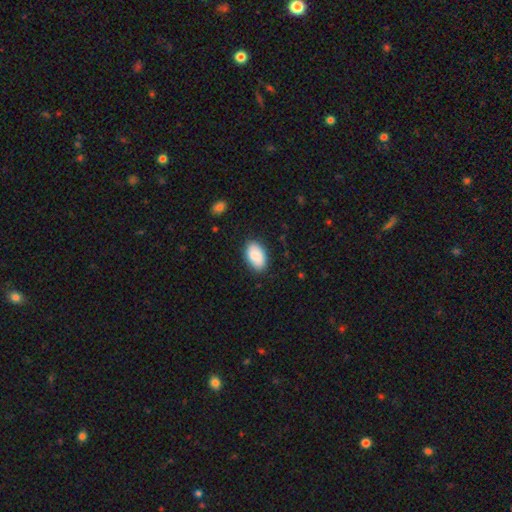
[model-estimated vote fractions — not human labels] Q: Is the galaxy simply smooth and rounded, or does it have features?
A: smooth — 85%.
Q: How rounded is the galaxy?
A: in between — 94%.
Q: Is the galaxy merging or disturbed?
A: none — 84%.